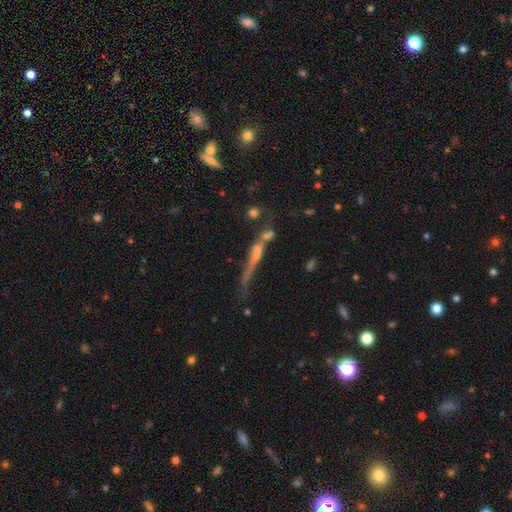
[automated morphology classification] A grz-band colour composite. It shows a featured or disk galaxy (51%) viewed edge-on (85%). Merging: none (63%).